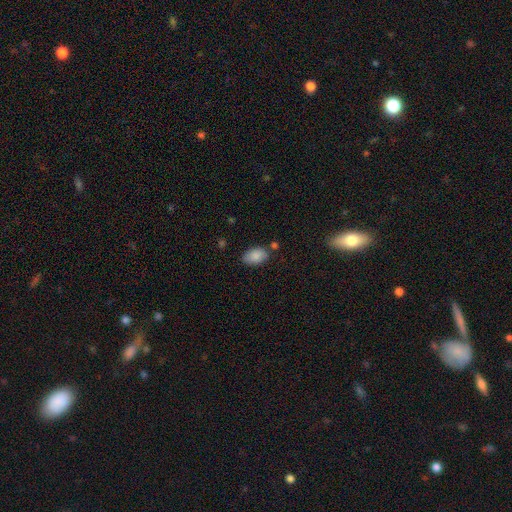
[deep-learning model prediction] Smooth or featured?
  - smooth: 87% *
  - star or artifact: 7%
  - featured or disk: 6%
How rounded?
  - in between: 91% *
  - round: 7%
  - cigar-shaped: 1%
Merging?
  - none: 76% *
  - minor disturbance: 15%
  - merger: 5%
  - major disturbance: 3%